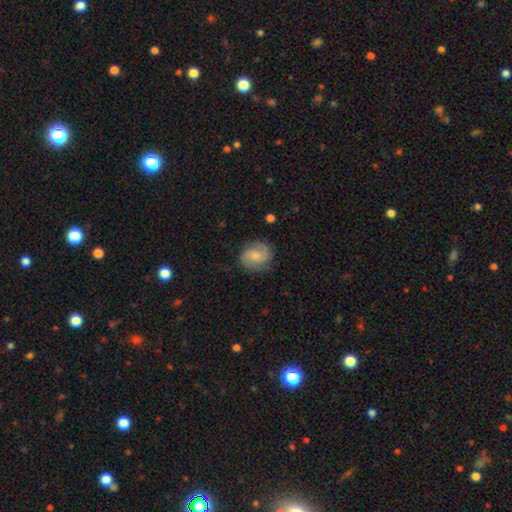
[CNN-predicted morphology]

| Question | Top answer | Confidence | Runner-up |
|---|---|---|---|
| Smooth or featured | featured or disk | 55% | smooth (38%) |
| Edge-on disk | no | 98% | yes (2%) |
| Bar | no | 56% | weak (37%) |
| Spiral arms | yes | 91% | no (9%) |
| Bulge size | small | 47% | moderate (37%) |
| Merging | none | 76% | minor disturbance (17%) |